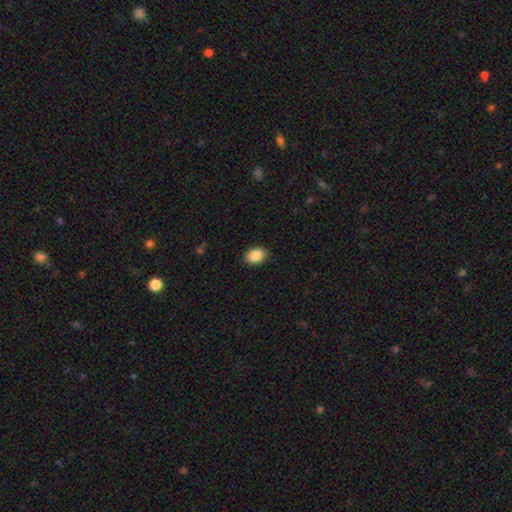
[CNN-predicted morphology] smooth 88%, star or artifact 8%, featured or disk 5%. Down the decision tree: how rounded — in between (81%); merging — none (90%).